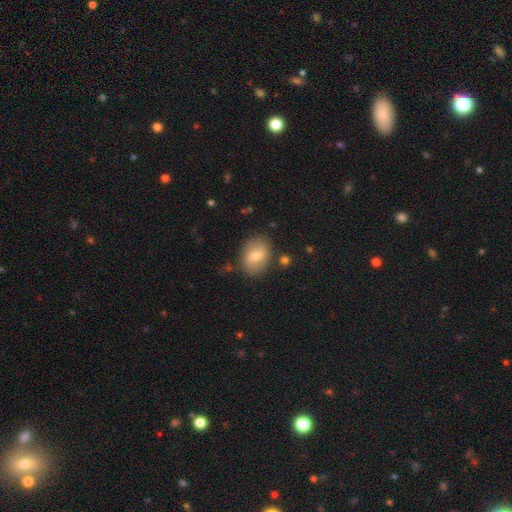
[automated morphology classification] Smooth or featured?
  - smooth: 67% *
  - featured or disk: 26%
  - star or artifact: 8%
How rounded?
  - in between: 68% *
  - round: 31%
  - cigar-shaped: 1%
Merging?
  - none: 80% *
  - minor disturbance: 13%
  - major disturbance: 4%
  - merger: 3%